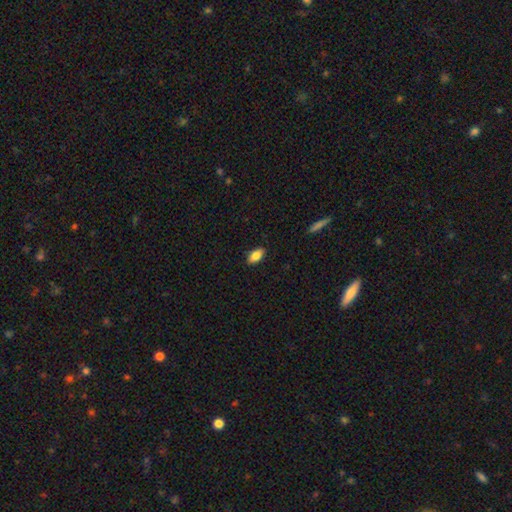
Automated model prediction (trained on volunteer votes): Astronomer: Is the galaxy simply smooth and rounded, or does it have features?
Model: smooth — 82%.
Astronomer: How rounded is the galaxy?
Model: in between — 89%.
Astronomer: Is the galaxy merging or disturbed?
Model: none — 87%.